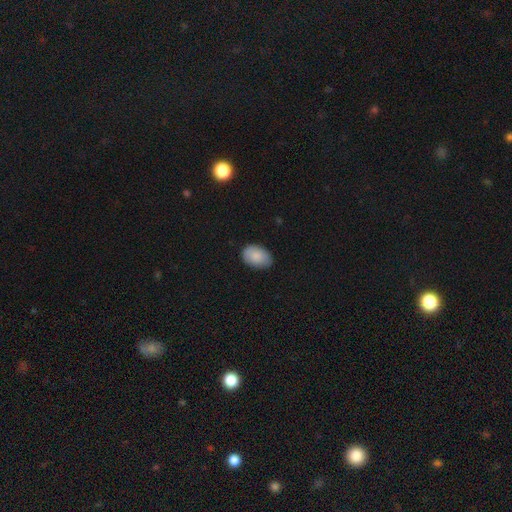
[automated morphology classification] Overall: smooth (87%). How rounded: in between (86%). Merging: none (78%).